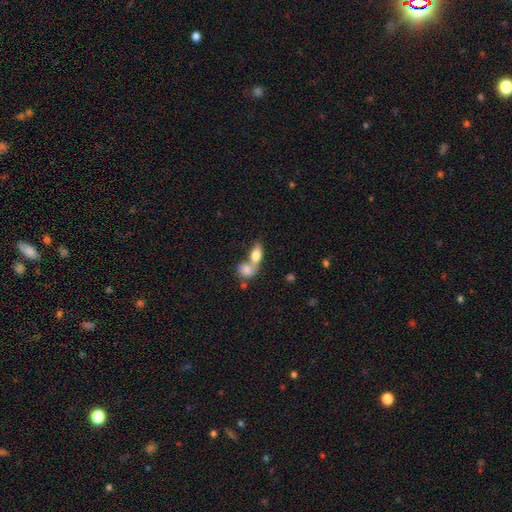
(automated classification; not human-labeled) smooth_or_featured: smooth (p=0.75) [alt: featured or disk p=0.18]
how_rounded: in between (p=0.80) [alt: round p=0.11]
merging: merger (p=0.65) [alt: none p=0.23]